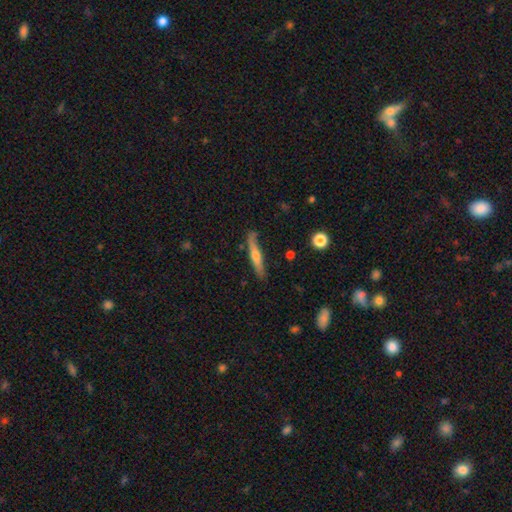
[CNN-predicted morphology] featured or disk 52%, smooth 42%, star or artifact 6%. Down the decision tree: edge-on disk — yes (94%); merging — none (80%).